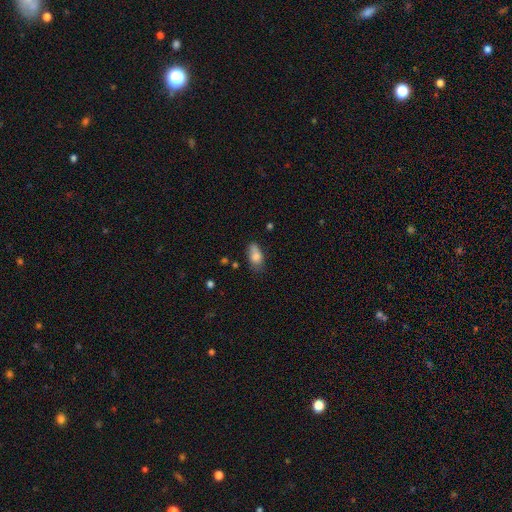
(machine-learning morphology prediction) smooth_or_featured: smooth (p=0.77) [alt: featured or disk p=0.14]
how_rounded: in between (p=0.84) [alt: round p=0.10]
merging: none (p=0.48) [alt: minor disturbance p=0.30]